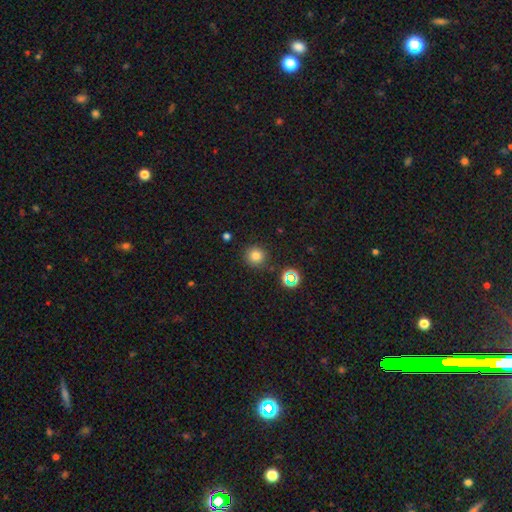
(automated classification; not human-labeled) Smooth or featured?
  - smooth: 77% *
  - star or artifact: 17%
  - featured or disk: 6%
How rounded?
  - round: 94% *
  - in between: 5%
  - cigar-shaped: 1%
Merging?
  - none: 88% *
  - minor disturbance: 7%
  - merger: 2%
  - major disturbance: 2%